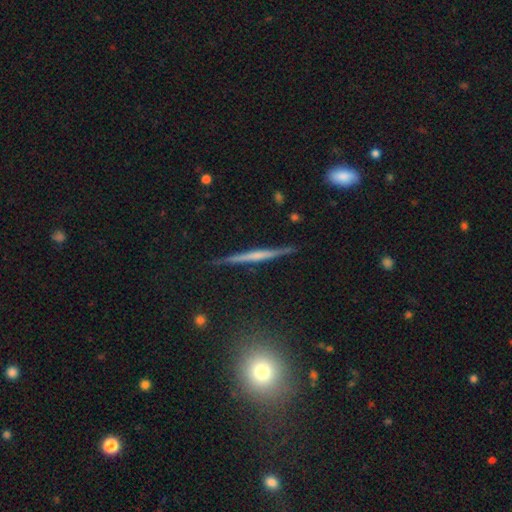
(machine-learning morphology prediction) The model was most divided on "edge-on bulge": none: 53%, rounded: 30%, boxy: 17%. More confident: edge-on disk — yes (97%); merging — none (89%); smooth or featured — featured or disk (66%).